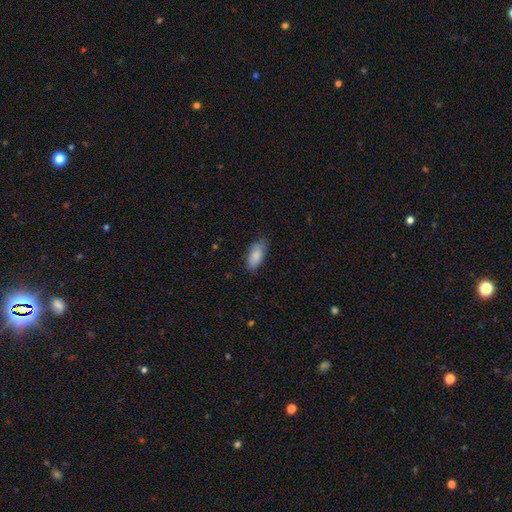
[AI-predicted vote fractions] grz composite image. It shows a smooth galaxy with no disk features (86%) that is in between round and cigar-shaped (88%). Merging: none (77%).